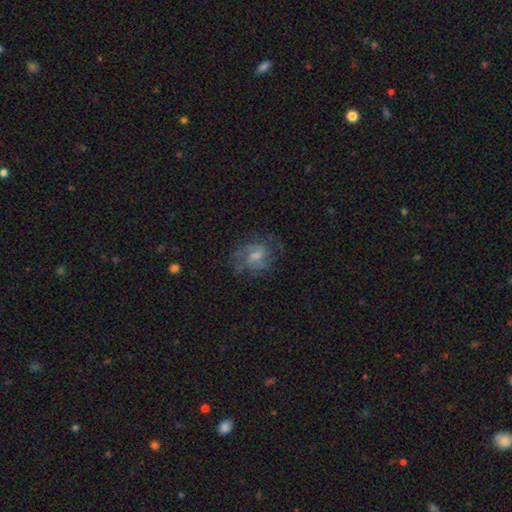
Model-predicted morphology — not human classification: This appears to be a featured or disk galaxy (69%) with a weak bar (51%), 2 (51%) medium (49%) spiral arms (89%) and a small central bulge (46%). Merging: none (69%).